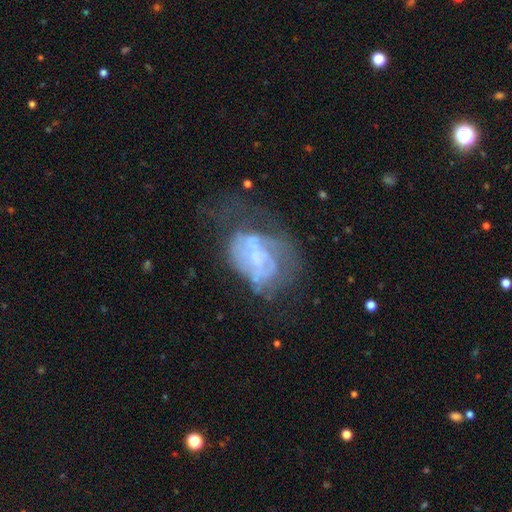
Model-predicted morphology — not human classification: This appears to be a featured or disk galaxy (64%) with no bar (60%), no spiral arms (59%) and no central bulge (58%). Merging: major disturbance (42%).